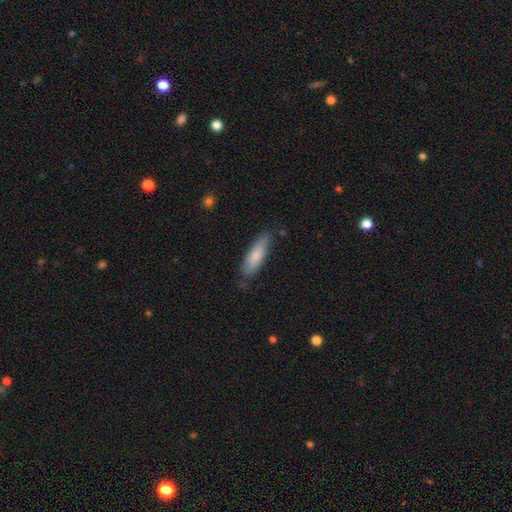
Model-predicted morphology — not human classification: Smooth or featured? Predicted: smooth (p=0.79). How rounded? Predicted: cigar-shaped (p=0.59). Merging? Predicted: none (p=0.73).